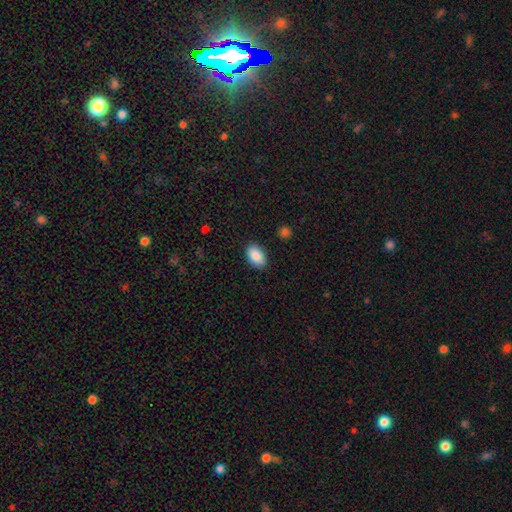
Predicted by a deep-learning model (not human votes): smooth-or-featured: smooth: 88% | star or artifact: 7% | featured or disk: 5%
  how-rounded: in between: 89% | round: 10% | cigar-shaped: 1%
  merging: none: 86% | minor disturbance: 10% | major disturbance: 2% | merger: 1%